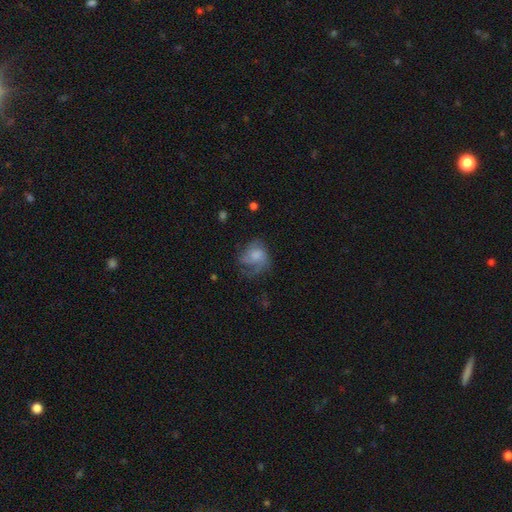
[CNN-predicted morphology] Smooth or featured? Predicted: featured or disk (p=0.51). Edge-on disk? Predicted: no (p=0.98). Bar? Predicted: no (p=0.74). Spiral arms? Predicted: yes (p=0.81). Bulge size? Predicted: moderate (p=0.33). Merging? Predicted: none (p=0.45).